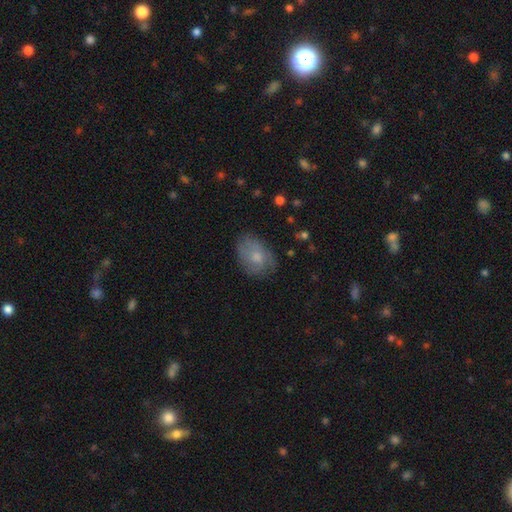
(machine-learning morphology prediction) Smooth or featured: smooth — 68% (featured or disk — 24%)
How rounded: in between — 75% (round — 23%)
Merging: none — 66% (minor disturbance — 24%)